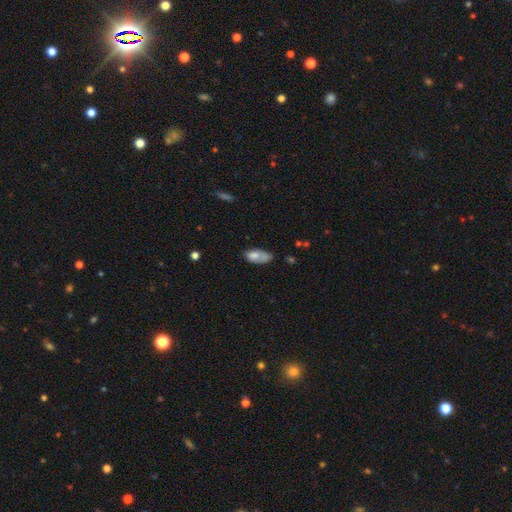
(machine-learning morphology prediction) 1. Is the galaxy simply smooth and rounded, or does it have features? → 71% smooth, 21% featured or disk, 8% star or artifact.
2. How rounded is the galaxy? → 88% in between, 8% cigar-shaped, 4% round.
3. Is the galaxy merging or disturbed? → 40% none, 31% minor disturbance, 15% major disturbance, 14% merger.